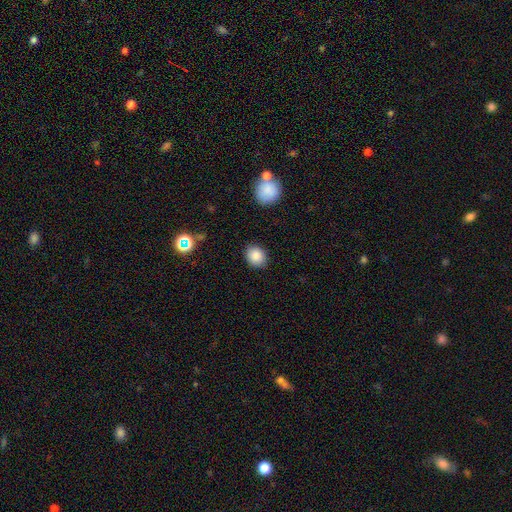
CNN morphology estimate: Smooth or featured?
  - smooth: 86% *
  - star or artifact: 9%
  - featured or disk: 5%
How rounded?
  - round: 64% *
  - in between: 35%
  - cigar-shaped: 1%
Merging?
  - none: 87% *
  - minor disturbance: 9%
  - major disturbance: 3%
  - merger: 1%